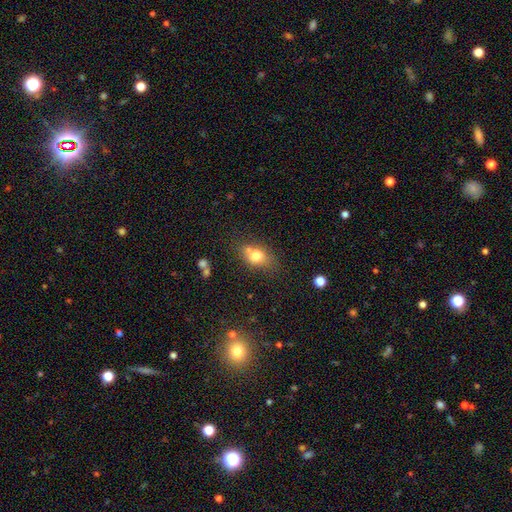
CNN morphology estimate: This is likely a smooth galaxy (74%). How rounded: likely in between (63%). Merging: likely none (61%).